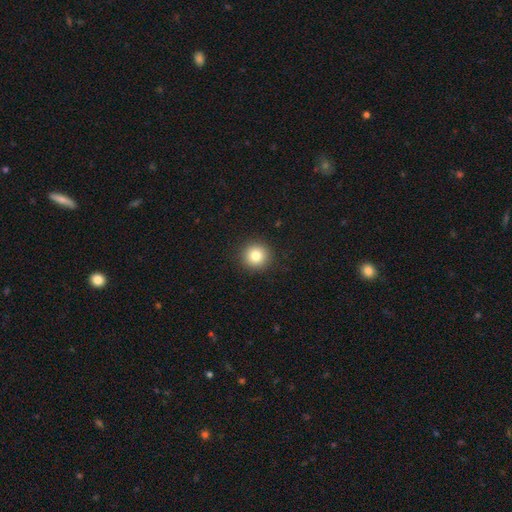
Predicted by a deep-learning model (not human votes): Smooth or featured? Predicted: smooth (p=0.82). How rounded? Predicted: round (p=0.94). Merging? Predicted: none (p=0.92).